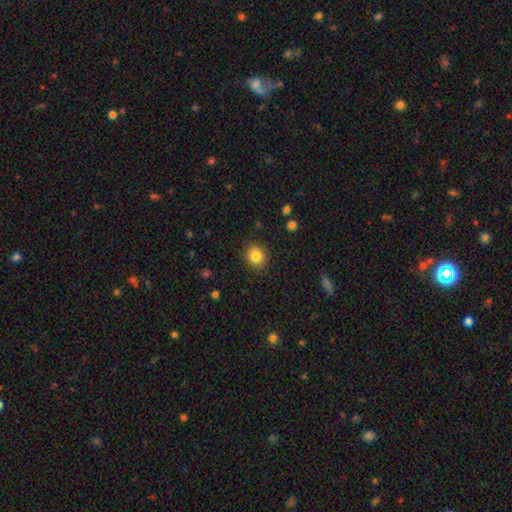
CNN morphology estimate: This is clearly a smooth galaxy (84%). How rounded: likely round (80%). Merging: clearly none (89%).